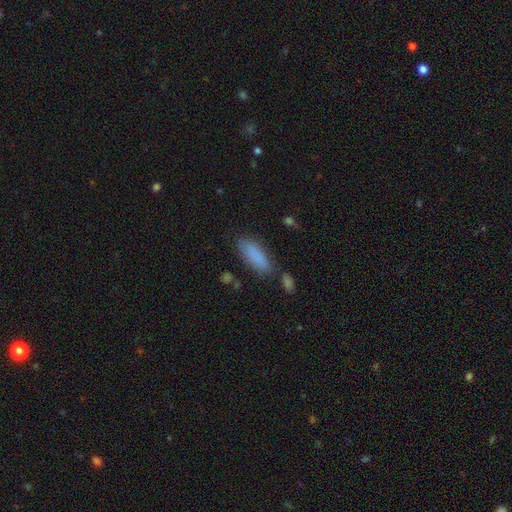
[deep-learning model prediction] Q: Smooth or featured?
A: smooth (86%); runner-up: star or artifact (7%)
Q: How rounded?
A: in between (65%); runner-up: cigar-shaped (33%)
Q: Merging?
A: none (72%); runner-up: minor disturbance (16%)